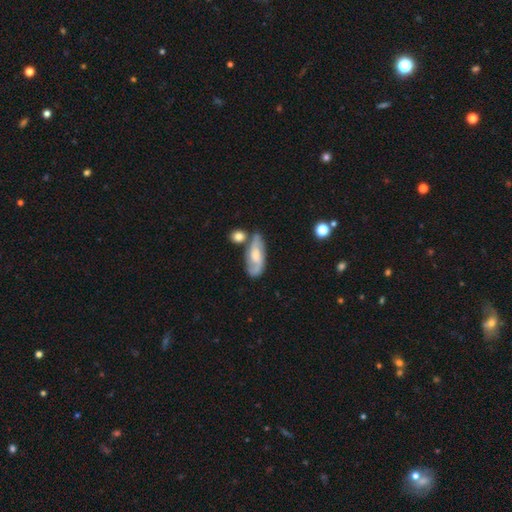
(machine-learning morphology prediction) type=featured or disk (67%); edge-on=no (90%); bar=no (46%); spiral arms=yes (91%); winding=medium (47%); arm count=2 (83%); bulge=moderate (41%); merging=none (57%).